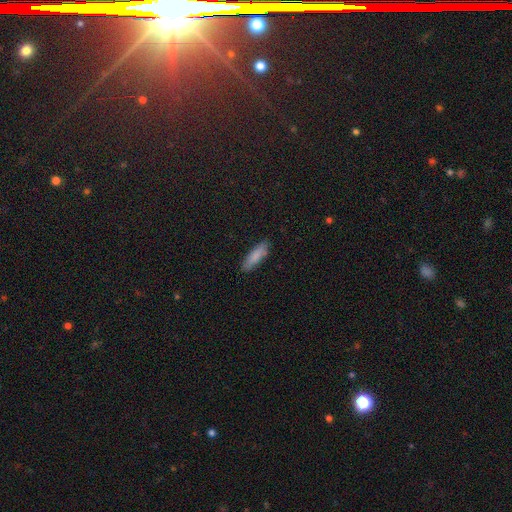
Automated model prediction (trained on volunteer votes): smooth 83%, featured or disk 11%, star or artifact 6%. Down the decision tree: how rounded — cigar-shaped (56%); merging — none (85%).